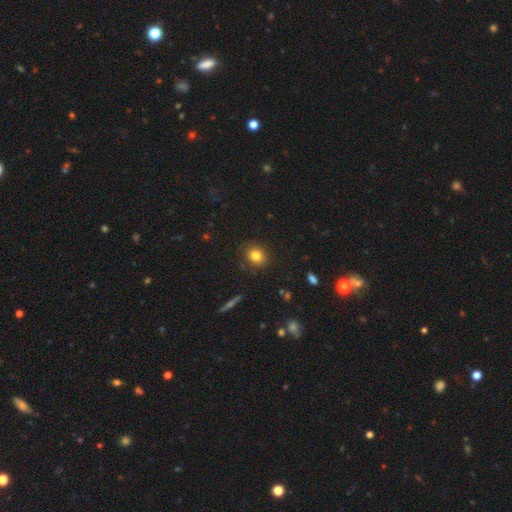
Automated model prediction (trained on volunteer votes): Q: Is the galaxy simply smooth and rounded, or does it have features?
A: smooth — 82%.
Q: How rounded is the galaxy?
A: round — 66%.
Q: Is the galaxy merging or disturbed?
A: none — 86%.